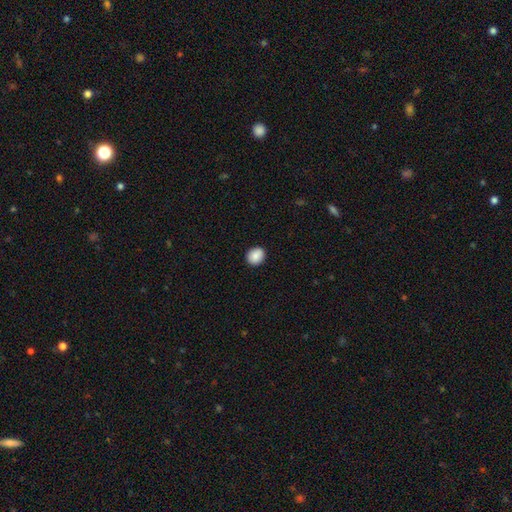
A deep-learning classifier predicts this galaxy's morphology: smooth_or_featured: smooth (p=0.88) [alt: star or artifact p=0.08]
how_rounded: round (p=0.76) [alt: in between p=0.23]
merging: none (p=0.90) [alt: minor disturbance p=0.07]